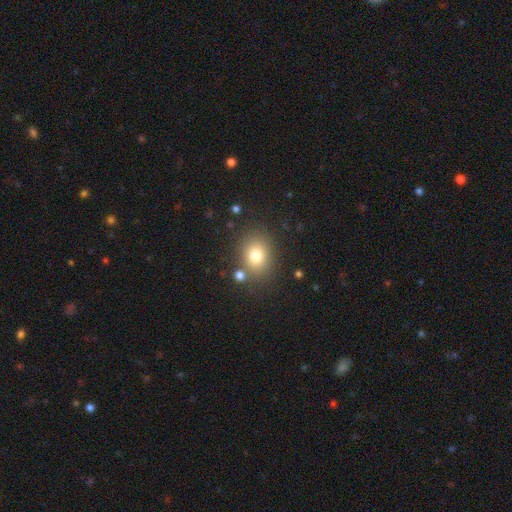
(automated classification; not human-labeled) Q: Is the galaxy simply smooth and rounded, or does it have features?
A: smooth — 77%.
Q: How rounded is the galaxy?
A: in between — 50%.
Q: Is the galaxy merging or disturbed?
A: none — 78%.